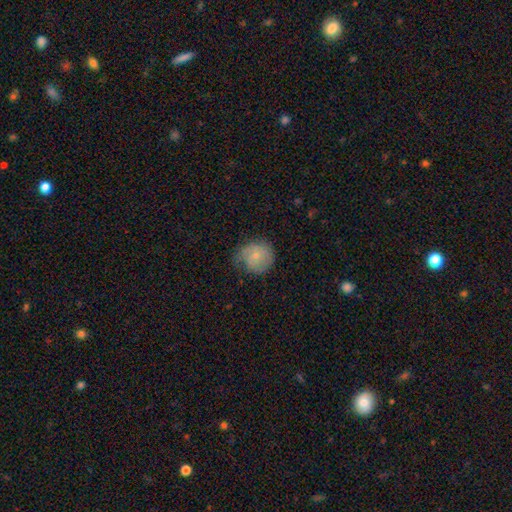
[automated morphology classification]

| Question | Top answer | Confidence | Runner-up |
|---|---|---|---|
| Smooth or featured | smooth | 63% | featured or disk (30%) |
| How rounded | round | 86% | in between (13%) |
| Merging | none | 53% | minor disturbance (33%) |